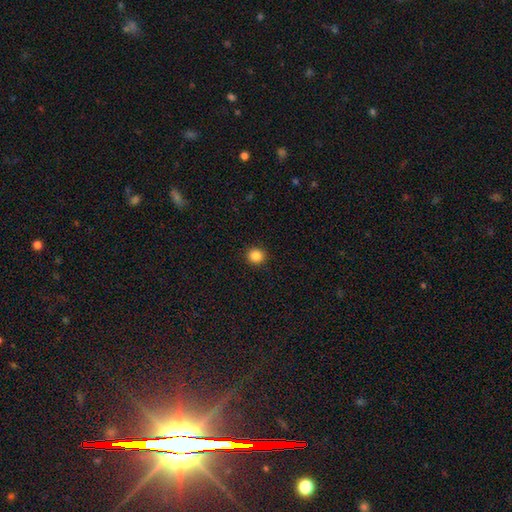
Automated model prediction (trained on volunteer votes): A smooth galaxy with no disk features (86%) that is round (90%). Merging: none (92%).